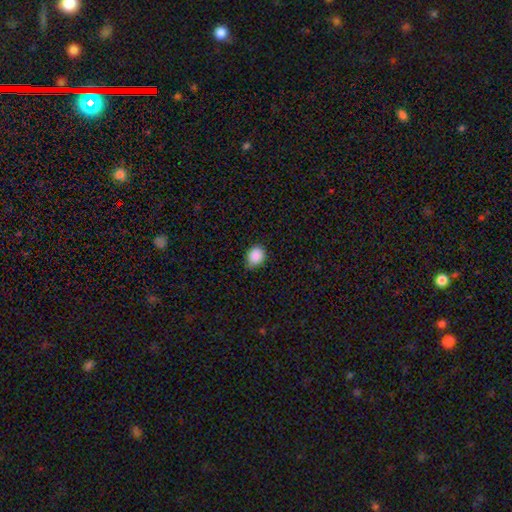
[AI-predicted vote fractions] A smooth galaxy with no disk features (89%) that is round (60%). Merging: none (73%).